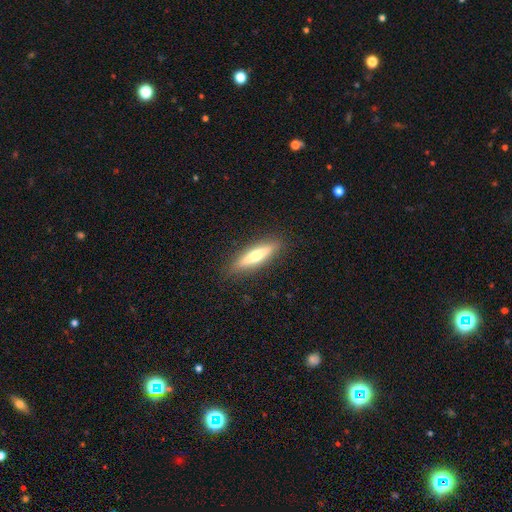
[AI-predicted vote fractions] A featured or disk galaxy (53%) viewed edge-on (93%). Merging: none (89%).